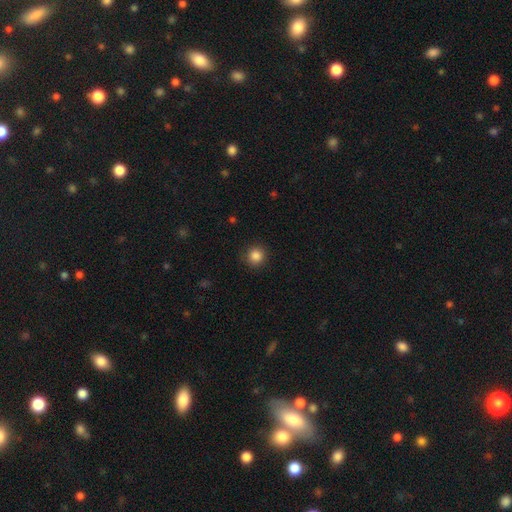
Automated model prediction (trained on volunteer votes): smooth-or-featured: smooth: 86% | star or artifact: 11% | featured or disk: 4%
  how-rounded: round: 94% | in between: 5% | cigar-shaped: 1%
  merging: none: 89% | minor disturbance: 7% | major disturbance: 2% | merger: 1%